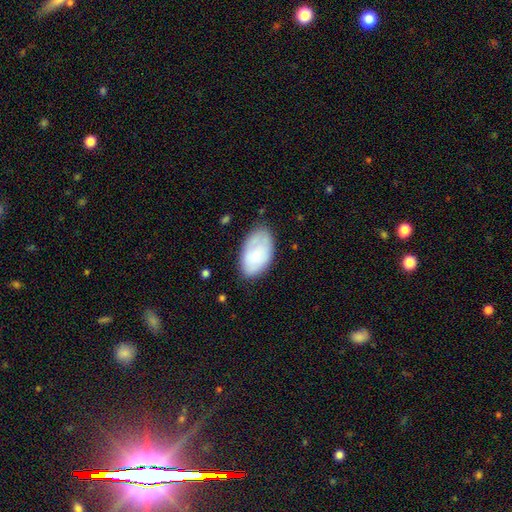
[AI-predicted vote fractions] This appears to be a smooth galaxy with no disk features (66%) that is in between round and cigar-shaped (94%). Merging: none (71%).